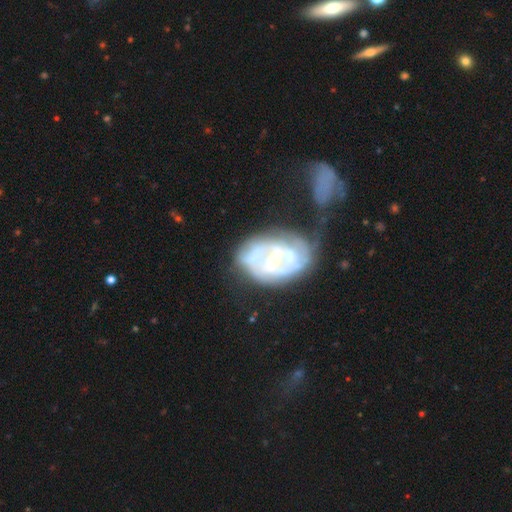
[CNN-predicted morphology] A featured or disk galaxy (75%) with a weak bar (36%), spiral arms (60%) and a small central bulge (55%). Merging: none (42%).